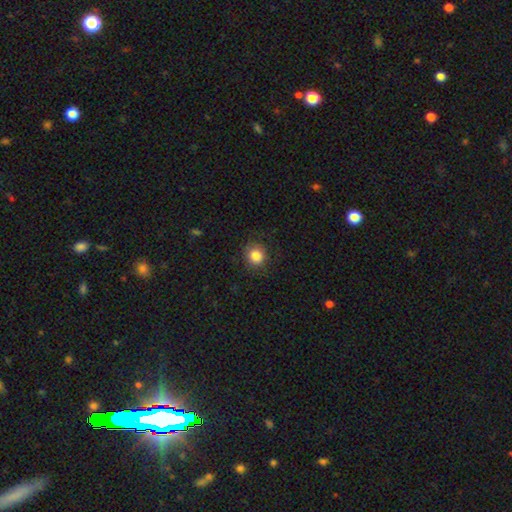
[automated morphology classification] A smooth galaxy with no disk features (84%) that is round (89%).

Vote fractions:
- Smooth or featured? smooth: 84% / star or artifact: 11% / featured or disk: 5%
- How rounded? round: 89% / in between: 10% / cigar-shaped: 1%
- Merging? none: 87% / minor disturbance: 9% / major disturbance: 3% / merger: 1%